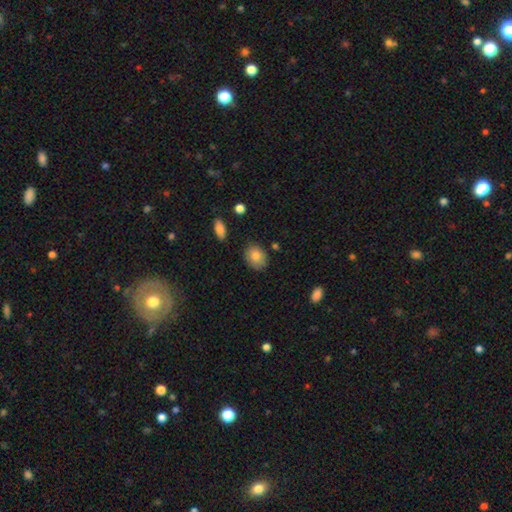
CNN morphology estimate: A smooth galaxy with no disk features (83%) that is in between round and cigar-shaped (61%). Merging: none (79%).